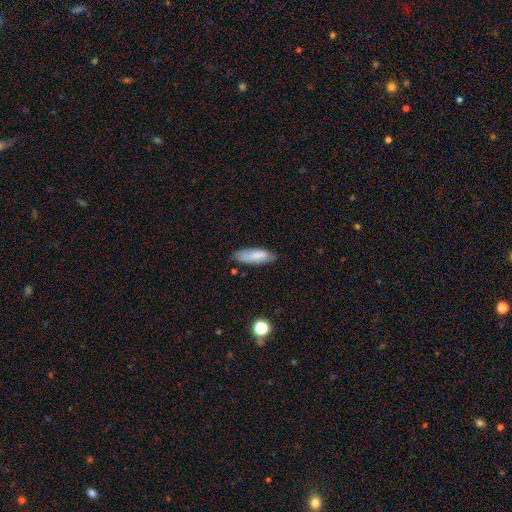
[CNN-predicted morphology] Q: Smooth or featured?
A: smooth (77%); runner-up: featured or disk (17%)
Q: How rounded?
A: in between (61%); runner-up: cigar-shaped (37%)
Q: Merging?
A: none (74%); runner-up: minor disturbance (20%)